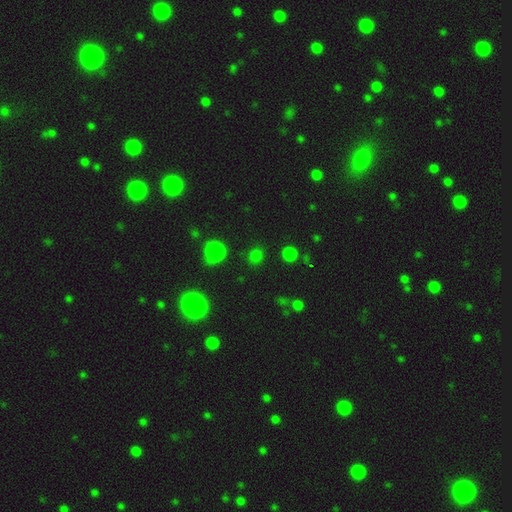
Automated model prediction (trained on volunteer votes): This is likely a smooth galaxy (73%). How rounded: clearly round (85%). Merging: clearly none (85%).